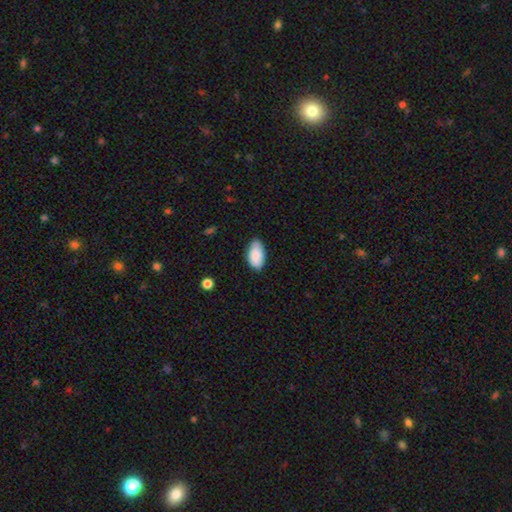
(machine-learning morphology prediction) Q: Smooth or featured?
A: smooth (86%); runner-up: featured or disk (7%)
Q: How rounded?
A: in between (95%); runner-up: round (3%)
Q: Merging?
A: none (75%); runner-up: minor disturbance (21%)